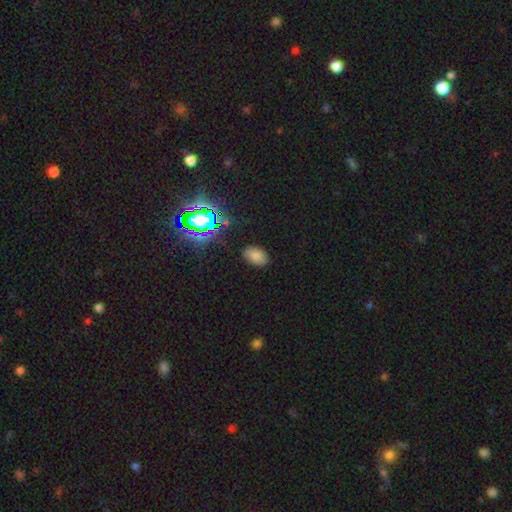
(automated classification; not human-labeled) The model was most divided on "smooth or featured": smooth: 75%, star or artifact: 19%, featured or disk: 6%. More confident: how rounded — in between (89%); merging — none (84%).